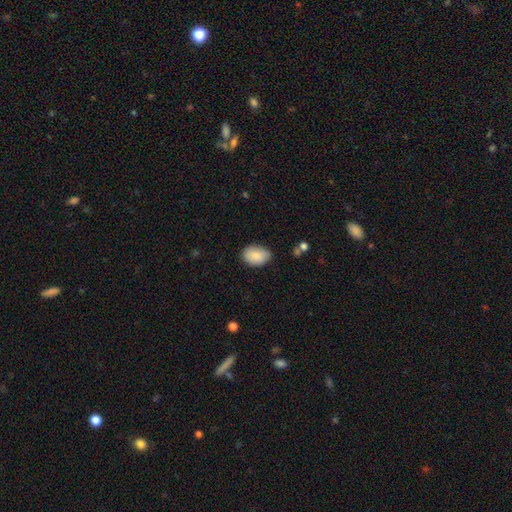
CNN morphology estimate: A smooth galaxy with no disk features (87%) that is in between round and cigar-shaped (86%). Merging: none (78%).